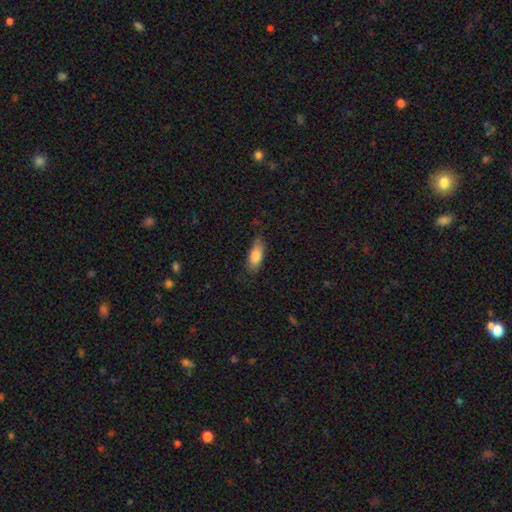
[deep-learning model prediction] smooth-or-featured: smooth: 80% | featured or disk: 13% | star or artifact: 7%
  how-rounded: in between: 76% | cigar-shaped: 22% | round: 2%
  merging: none: 76% | minor disturbance: 18% | major disturbance: 4% | merger: 1%